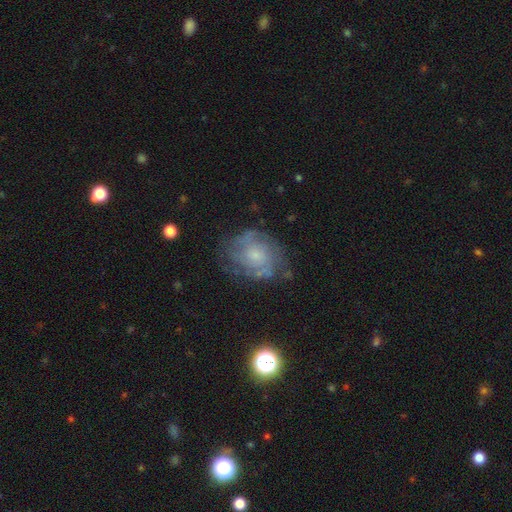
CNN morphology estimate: Overall: featured or disk (68%). Edge-on disk: no (97%). Bar: no (78%). Spiral arms: yes (81%). Spiral arm count: can't tell (50%; 2 22%). Spiral winding: tight (55%; medium 34%). Bulge size: small (60%; moderate 28%). Merging: none (66%).